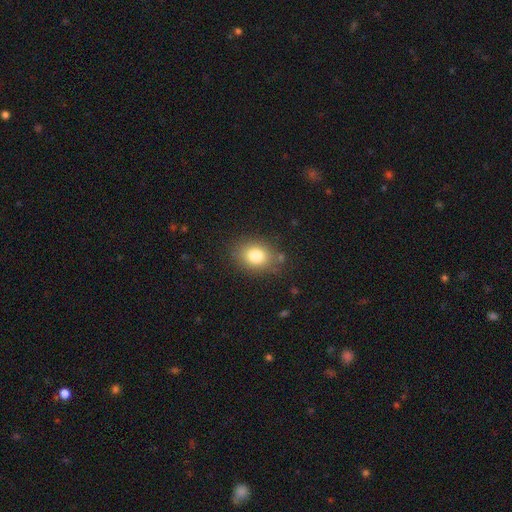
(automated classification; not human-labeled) The model was most divided on "how rounded": in between: 56%, round: 42%, cigar-shaped: 1%. More confident: merging — none (82%); smooth or featured — smooth (80%).